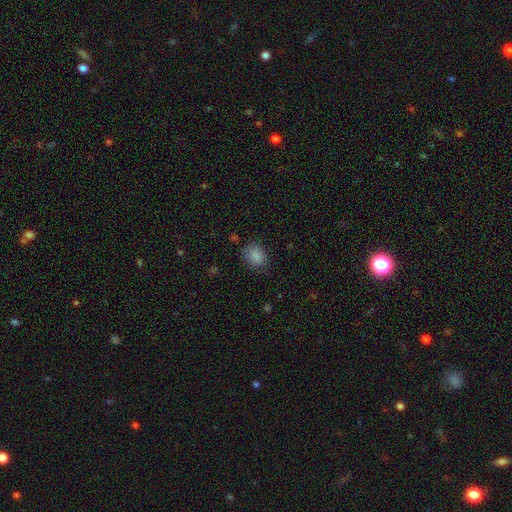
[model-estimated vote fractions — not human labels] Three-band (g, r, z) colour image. It shows a smooth galaxy with no disk features (85%) that is in between round and cigar-shaped (54%). Merging: none (75%).